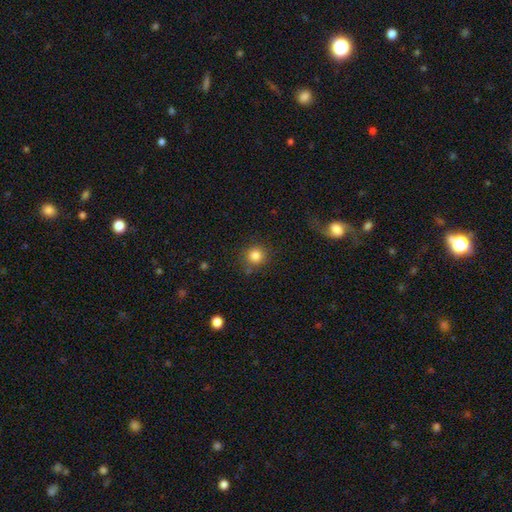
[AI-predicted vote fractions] smooth_or_featured: smooth (p=0.84) [alt: star or artifact p=0.11]
how_rounded: round (p=0.91) [alt: in between p=0.08]
merging: none (p=0.81) [alt: minor disturbance p=0.11]